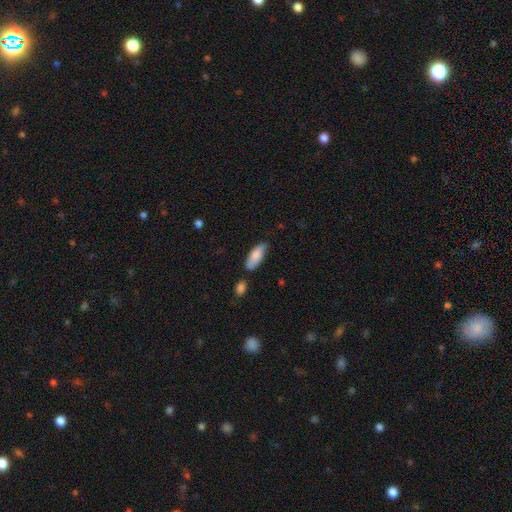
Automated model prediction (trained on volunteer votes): smooth-or-featured: smooth: 81% | featured or disk: 13% | star or artifact: 6%
  how-rounded: in between: 76% | cigar-shaped: 22% | round: 2%
  merging: none: 63% | minor disturbance: 24% | merger: 8% | major disturbance: 5%